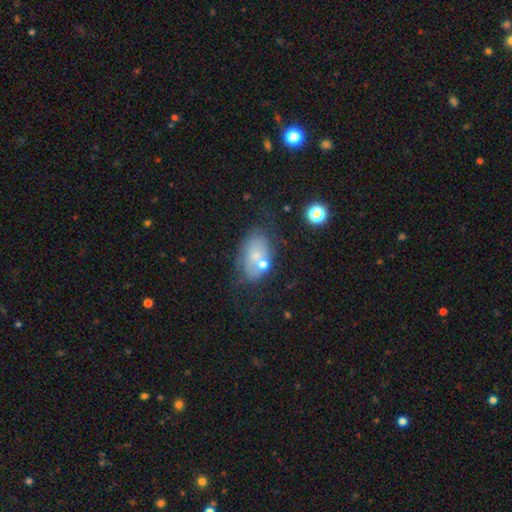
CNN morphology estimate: smooth-or-featured: smooth: 55% | featured or disk: 33% | star or artifact: 12%
  how-rounded: in between: 87% | round: 11% | cigar-shaped: 2%
  merging: none: 47% | minor disturbance: 23% | merger: 17% | major disturbance: 13%